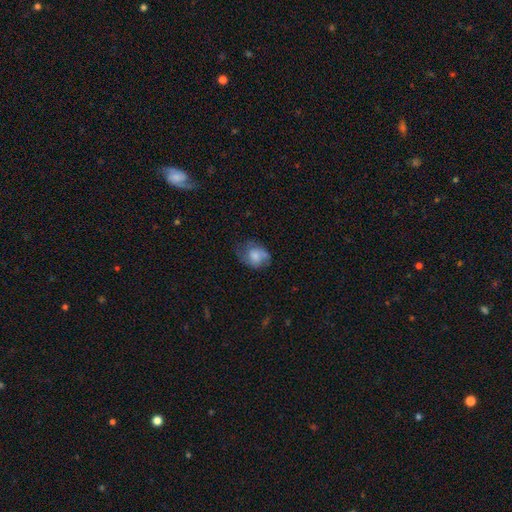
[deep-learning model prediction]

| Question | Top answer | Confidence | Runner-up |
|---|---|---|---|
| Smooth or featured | smooth | 56% | featured or disk (36%) |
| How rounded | in between | 56% | round (43%) |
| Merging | none | 49% | minor disturbance (30%) |